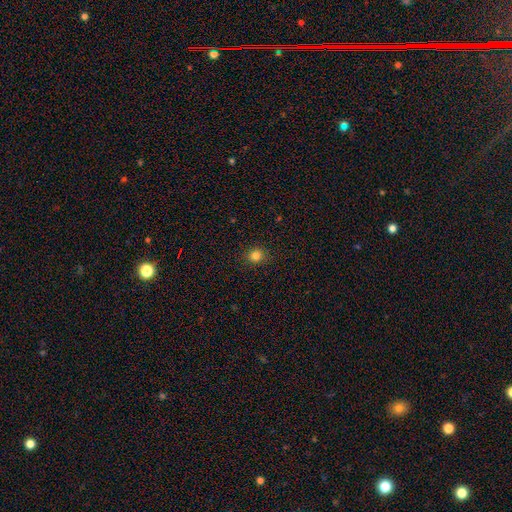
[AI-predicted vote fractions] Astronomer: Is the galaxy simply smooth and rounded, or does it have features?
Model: smooth — 81%.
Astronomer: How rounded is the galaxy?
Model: round — 84%.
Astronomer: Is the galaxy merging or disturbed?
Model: none — 91%.